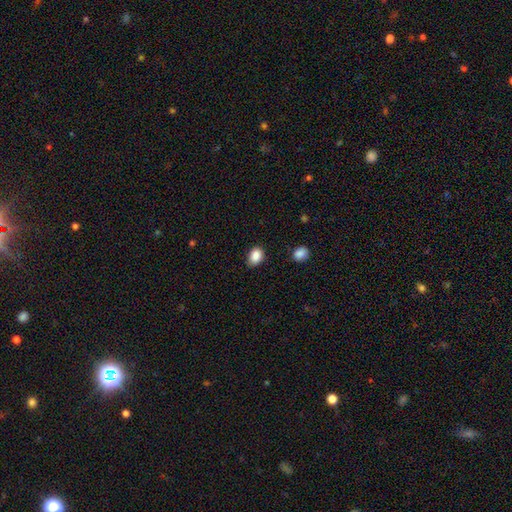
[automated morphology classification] This is clearly a smooth galaxy (88%). How rounded: likely in between (72%). Merging: clearly none (80%).